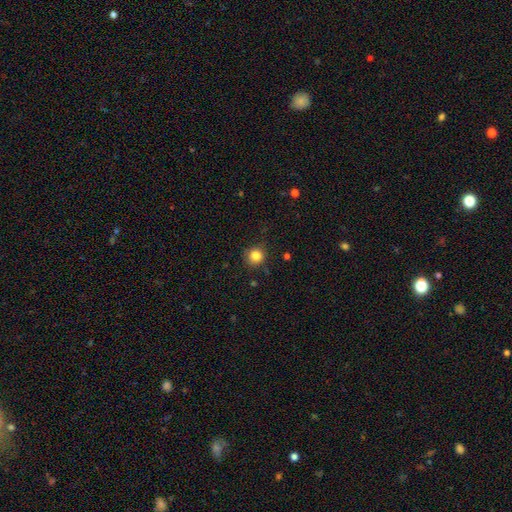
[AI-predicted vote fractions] The model was most divided on "smooth or featured": smooth: 83%, star or artifact: 12%, featured or disk: 5%. More confident: how rounded — round (93%); merging — none (86%).